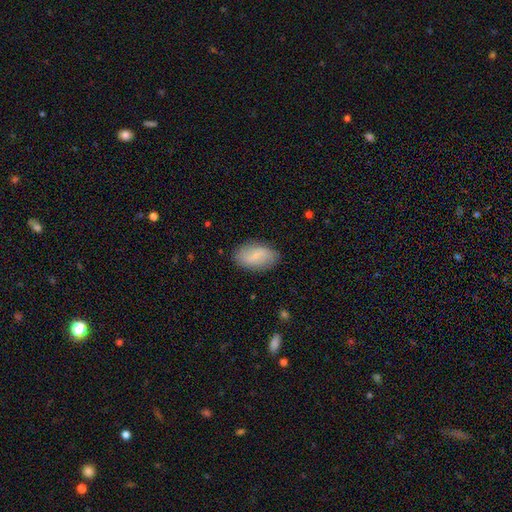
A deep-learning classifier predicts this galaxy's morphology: Smooth or featured? Predicted: smooth (p=0.64). How rounded? Predicted: in between (p=0.93). Merging? Predicted: none (p=0.83).